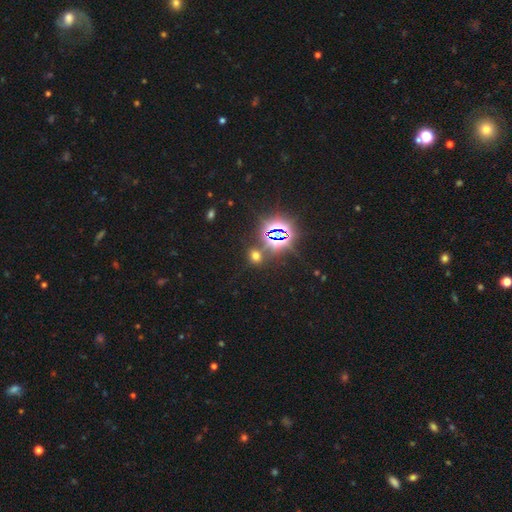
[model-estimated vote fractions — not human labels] Smooth or featured? smooth (47%)
Merging? none (76%)